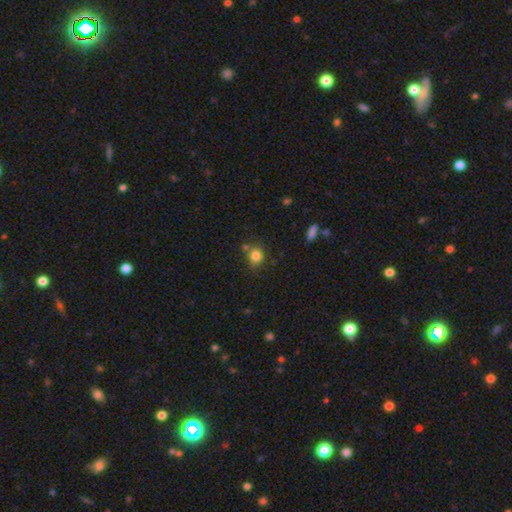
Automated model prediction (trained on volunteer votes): A smooth galaxy with no disk features (82%) that is round (75%).

Vote fractions:
- Smooth or featured? smooth: 82% / star or artifact: 11% / featured or disk: 7%
- How rounded? round: 75% / in between: 24% / cigar-shaped: 1%
- Merging? none: 68% / minor disturbance: 16% / merger: 12% / major disturbance: 4%